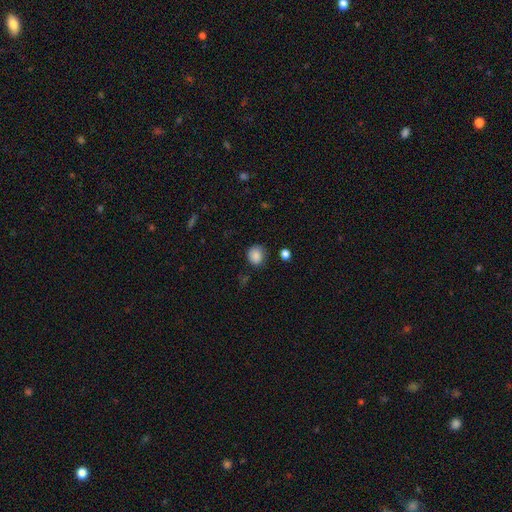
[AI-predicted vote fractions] This is clearly a smooth galaxy (86%). How rounded: likely round (75%). Merging: likely none (76%).